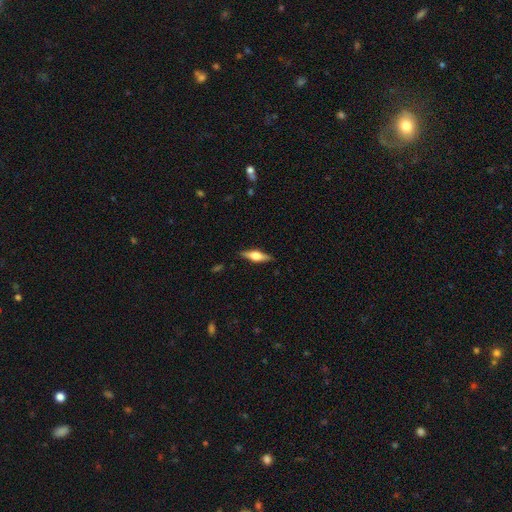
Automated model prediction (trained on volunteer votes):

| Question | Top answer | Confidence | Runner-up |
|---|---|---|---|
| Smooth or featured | featured or disk | 62% | smooth (32%) |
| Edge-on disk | yes | 96% | no (4%) |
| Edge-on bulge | rounded | 92% | boxy (6%) |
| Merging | none | 88% | minor disturbance (9%) |